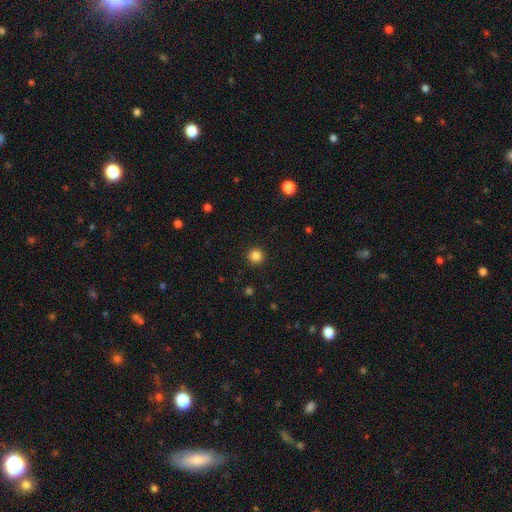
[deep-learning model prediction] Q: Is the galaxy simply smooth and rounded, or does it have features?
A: smooth — 84%.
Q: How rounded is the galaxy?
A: round — 96%.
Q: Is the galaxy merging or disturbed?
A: none — 93%.